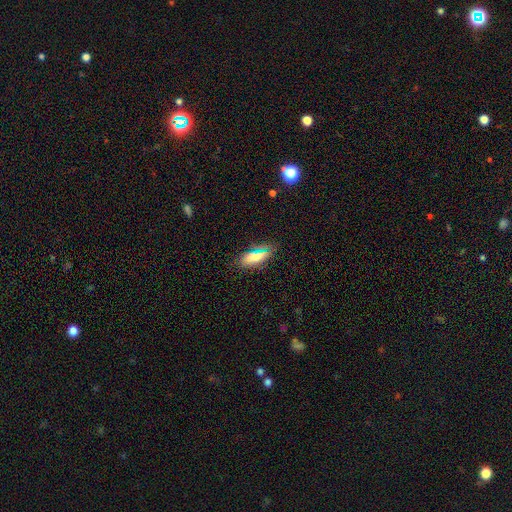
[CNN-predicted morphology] The model was most divided on "how rounded": in between: 73%, cigar-shaped: 23%, round: 4%. More confident: merging — none (82%); smooth or featured — smooth (71%).